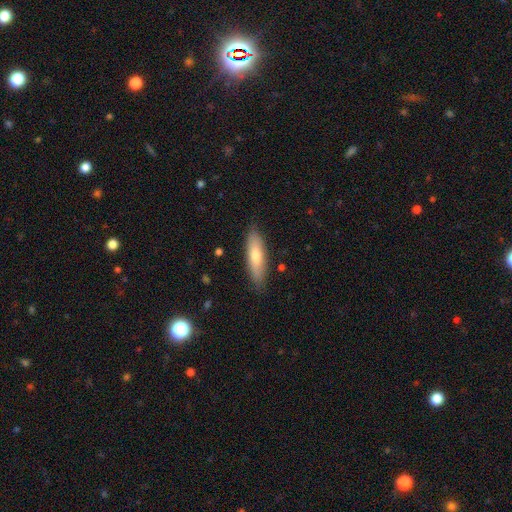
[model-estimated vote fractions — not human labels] smooth-or-featured: smooth: 69% | featured or disk: 25% | star or artifact: 6%
  how-rounded: cigar-shaped: 61% | in between: 38% | round: 2%
  merging: none: 84% | minor disturbance: 13% | major disturbance: 2% | merger: 1%